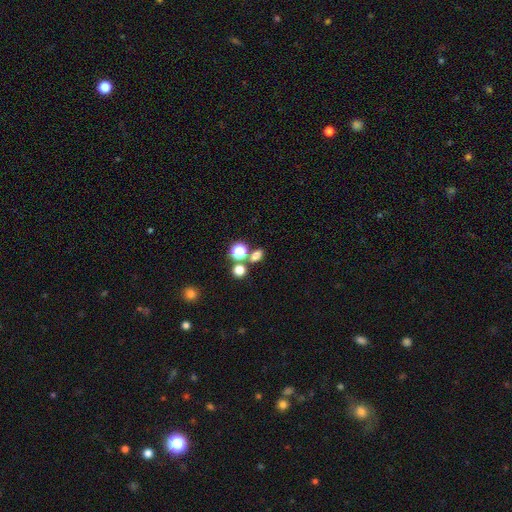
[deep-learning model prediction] A smooth galaxy with no disk features (73%) that is in between round and cigar-shaped (59%). Merging: none (61%).